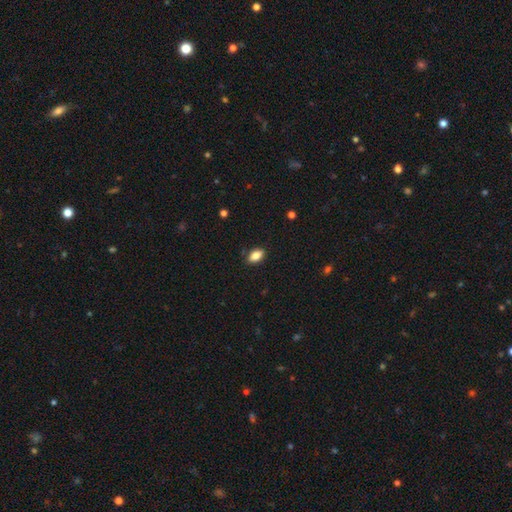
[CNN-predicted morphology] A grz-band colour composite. It shows a smooth galaxy with no disk features (85%) that is in between round and cigar-shaped (90%). Merging: none (87%).